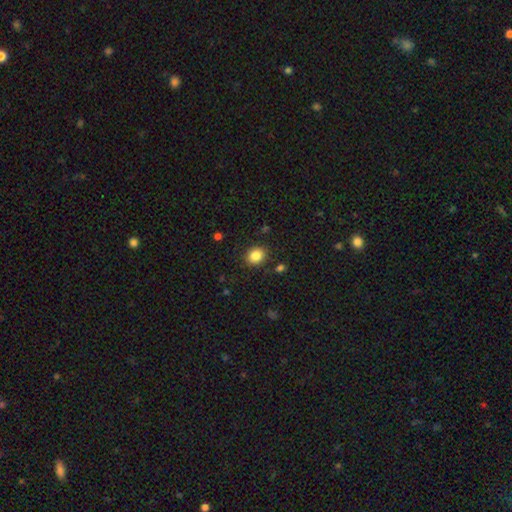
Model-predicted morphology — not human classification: smooth 85%, star or artifact 10%, featured or disk 5%. Down the decision tree: how rounded — round (58%); merging — none (88%).